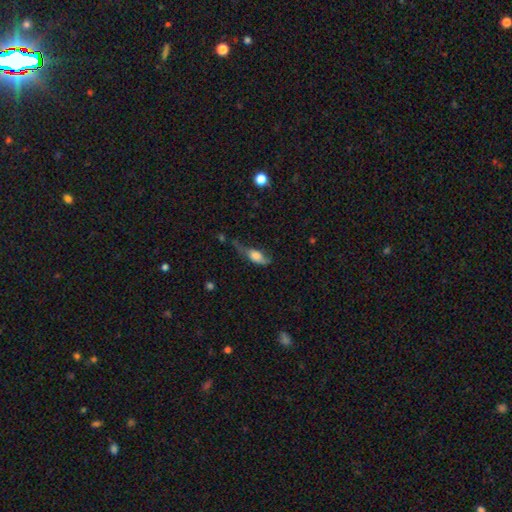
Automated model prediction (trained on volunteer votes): smooth-or-featured: smooth: 61% | featured or disk: 30% | star or artifact: 9%
  how-rounded: in between: 71% | cigar-shaped: 24% | round: 6%
  merging: minor disturbance: 34% | none: 31% | major disturbance: 29% | merger: 6%